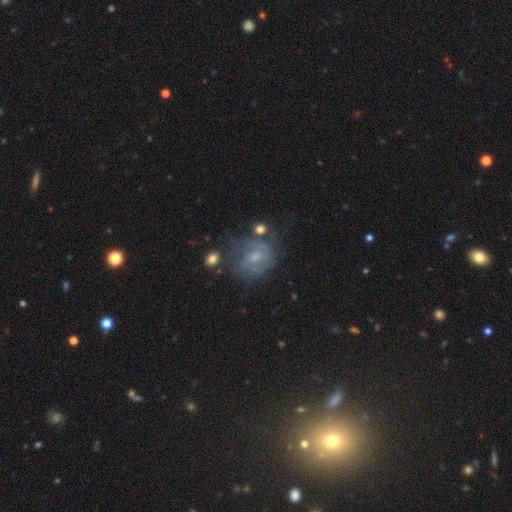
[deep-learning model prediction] featured or disk 62%, smooth 21%, star or artifact 18%. Down the decision tree: edge-on disk — no (97%); bar — weak (52%); spiral arms — yes (79%); bulge size — small (52%); merging — none (60%).